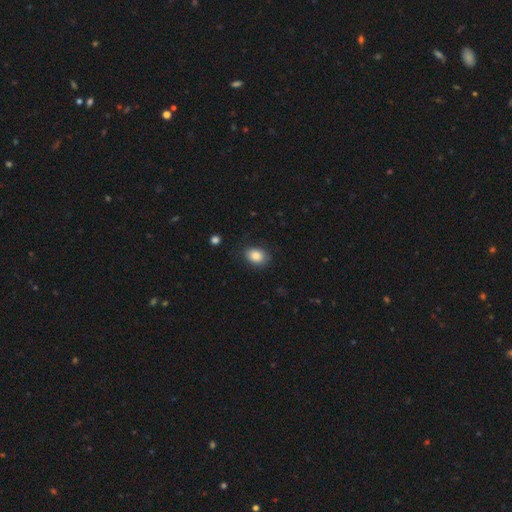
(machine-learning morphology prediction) A smooth galaxy with no disk features (86%) that is in between round and cigar-shaped (70%).

Vote fractions:
- Smooth or featured? smooth: 86% / star or artifact: 8% / featured or disk: 6%
- How rounded? in between: 70% / round: 29% / cigar-shaped: 1%
- Merging? none: 81% / minor disturbance: 14% / major disturbance: 4% / merger: 1%